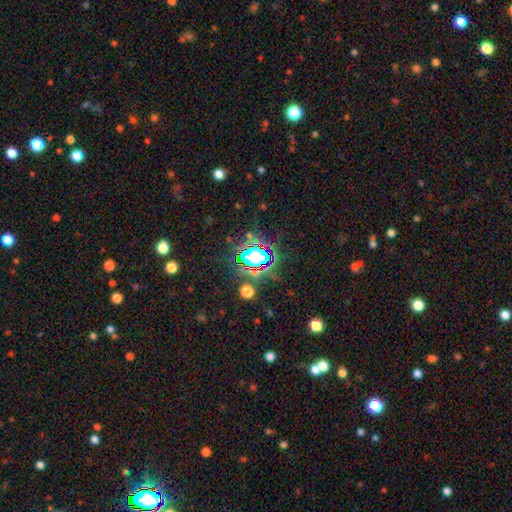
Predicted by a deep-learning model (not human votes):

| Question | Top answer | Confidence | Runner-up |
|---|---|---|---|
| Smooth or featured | star or artifact | 74% | smooth (17%) |